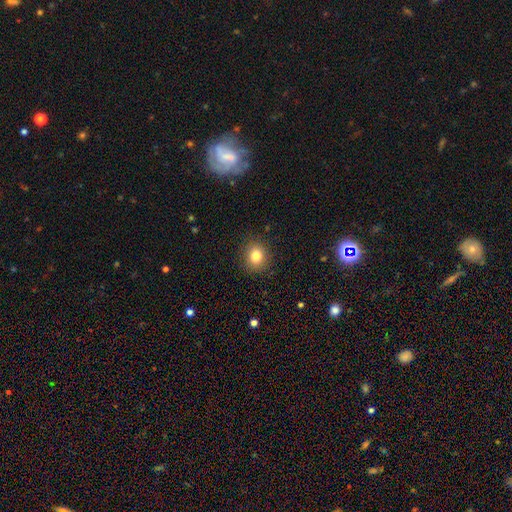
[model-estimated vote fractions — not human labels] smooth_or_featured: smooth (p=0.82) [alt: star or artifact p=0.11]
how_rounded: round (p=0.76) [alt: in between p=0.23]
merging: none (p=0.89) [alt: minor disturbance p=0.08]